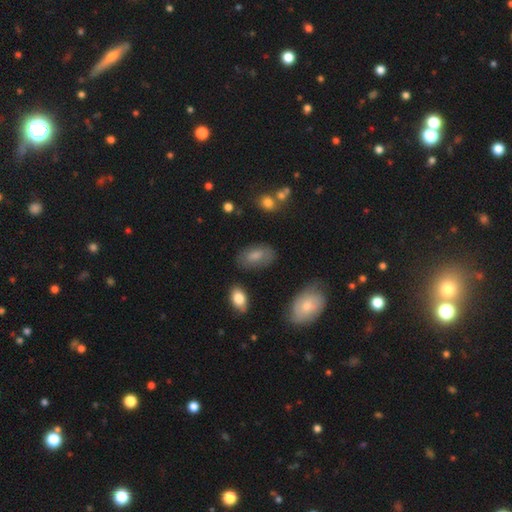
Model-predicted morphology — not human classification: smooth 69%, featured or disk 22%, star or artifact 9%. Down the decision tree: how rounded — in between (93%); merging — none (73%).